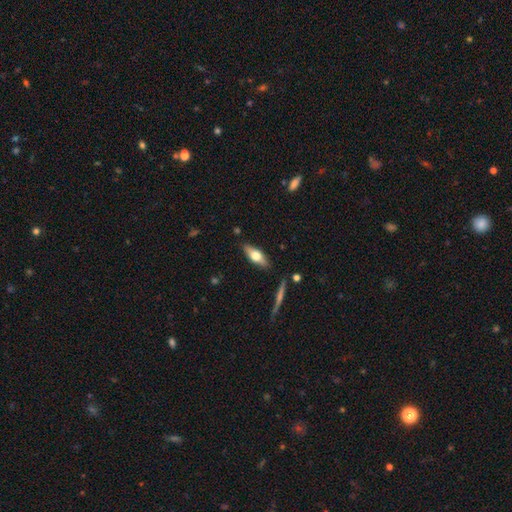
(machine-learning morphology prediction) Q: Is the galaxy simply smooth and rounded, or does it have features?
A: smooth — 51%.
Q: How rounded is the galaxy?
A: in between — 59%.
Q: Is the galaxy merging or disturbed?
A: none — 86%.